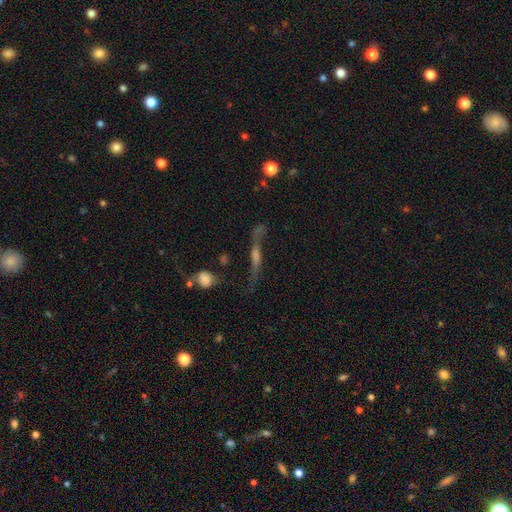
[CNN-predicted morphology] This is likely a featured or disk galaxy (66%). It is likely viewed edge-on (60%). Merging: possibly none (54%).